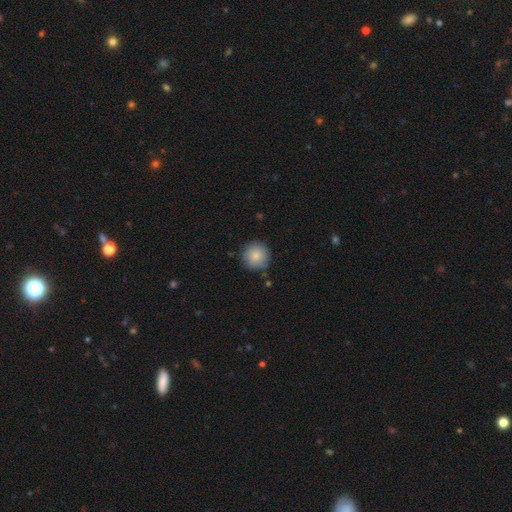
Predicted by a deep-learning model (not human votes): Q: Smooth or featured?
A: smooth (85%); runner-up: featured or disk (8%)
Q: How rounded?
A: round (95%); runner-up: in between (4%)
Q: Merging?
A: none (85%); runner-up: minor disturbance (11%)